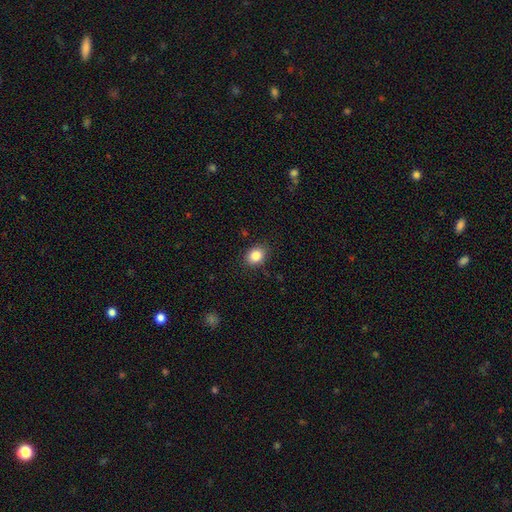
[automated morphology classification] Smooth or featured? smooth (85%)
How rounded? in between (54%)
Merging? none (87%)